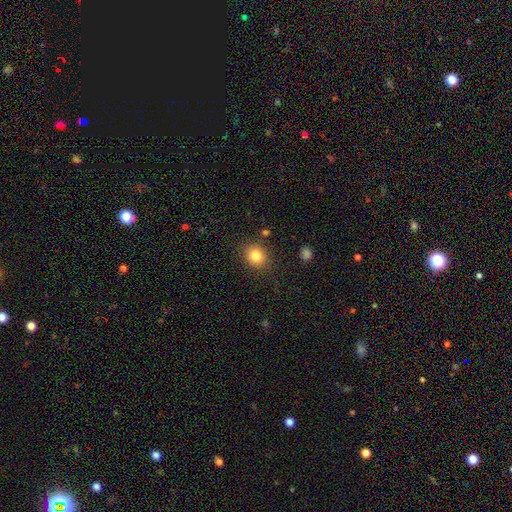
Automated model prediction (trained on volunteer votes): smooth_or_featured: smooth (p=0.83) [alt: star or artifact p=0.11]
how_rounded: round (p=0.71) [alt: in between p=0.28]
merging: none (p=0.84) [alt: minor disturbance p=0.10]